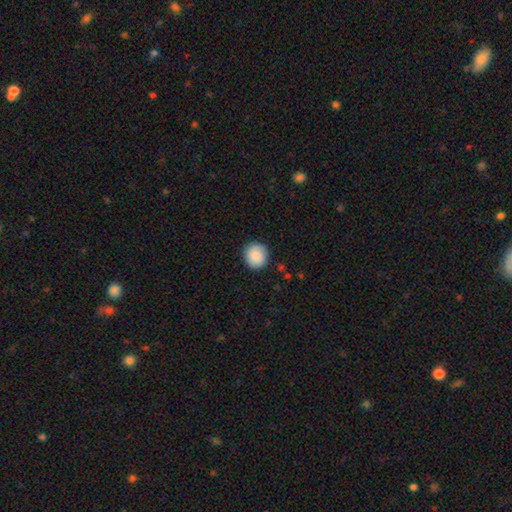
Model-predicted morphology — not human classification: smooth_or_featured: smooth (p=0.86) [alt: star or artifact p=0.07]
how_rounded: round (p=0.91) [alt: in between p=0.08]
merging: none (p=0.87) [alt: minor disturbance p=0.09]